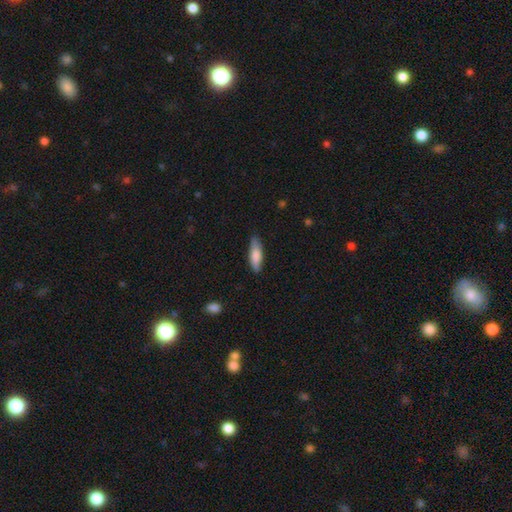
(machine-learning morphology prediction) smooth 78%, featured or disk 16%, star or artifact 6%. Down the decision tree: how rounded — in between (50%); merging — none (81%).